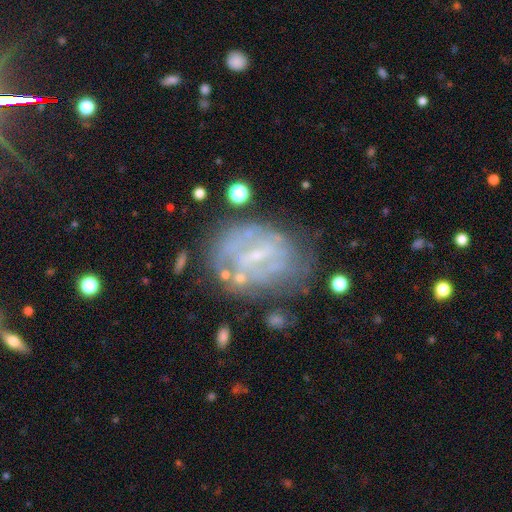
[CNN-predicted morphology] Smooth or featured: featured or disk — 75% (smooth — 17%)
Edge-on disk: no — 96% (yes — 4%)
Bar: weak — 49% (no — 27%)
Spiral arms: yes — 58% (no — 42%)
Bulge size: small — 69% (none — 16%)
Merging: none — 58% (minor disturbance — 23%)